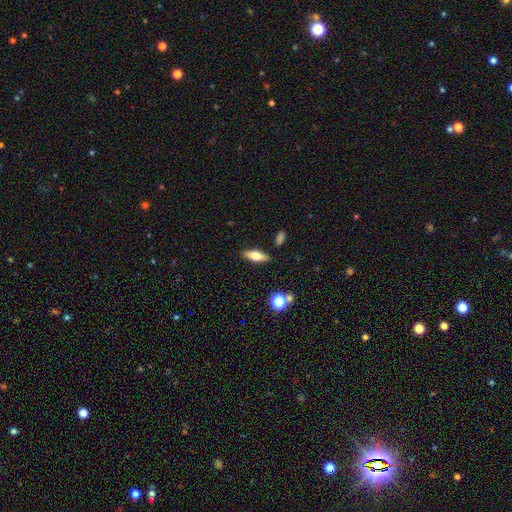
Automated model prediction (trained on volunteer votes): Overall: smooth (56%; featured or disk 35%). How rounded: in between (62%; cigar-shaped 35%). Merging: none (86%).